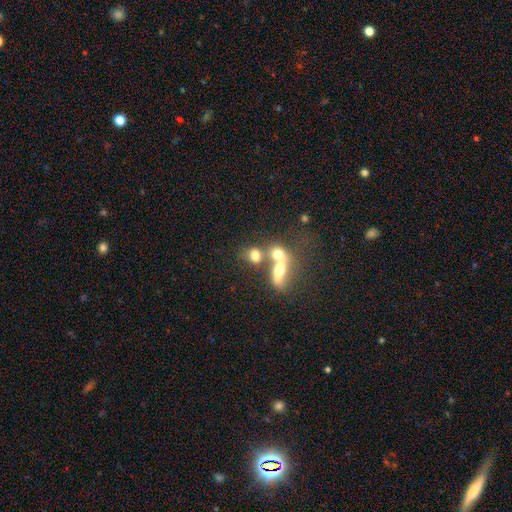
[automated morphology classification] smooth-or-featured: smooth: 66% | featured or disk: 20% | star or artifact: 13%
  how-rounded: round: 51% | in between: 44% | cigar-shaped: 5%
  merging: merger: 54% | none: 31% | minor disturbance: 8% | major disturbance: 7%